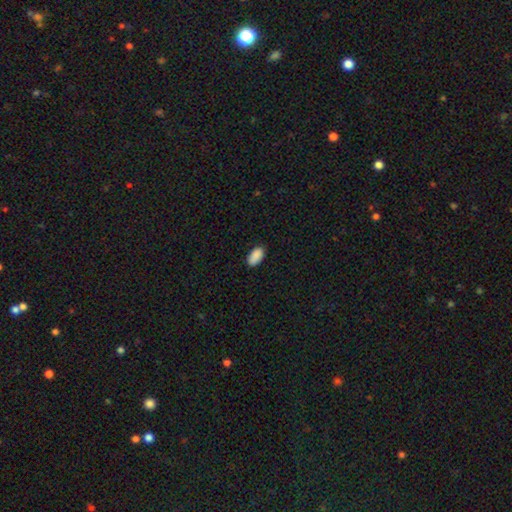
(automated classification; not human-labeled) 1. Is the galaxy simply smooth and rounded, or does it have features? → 90% smooth, 7% star or artifact, 3% featured or disk.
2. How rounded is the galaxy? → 95% in between, 3% round, 3% cigar-shaped.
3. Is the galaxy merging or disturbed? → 87% none, 10% minor disturbance, 2% major disturbance, 1% merger.